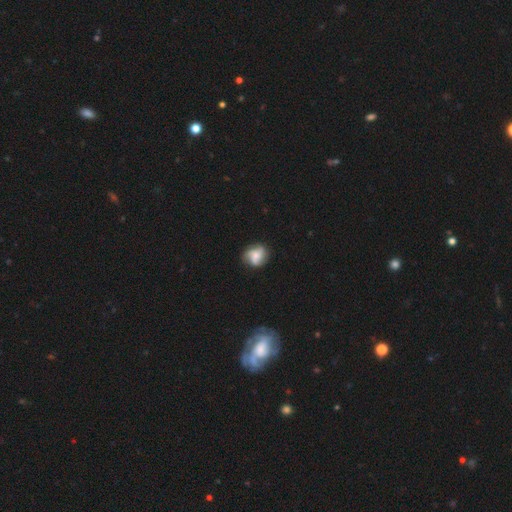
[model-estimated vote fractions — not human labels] smooth-or-featured: featured or disk: 47% | smooth: 44% | star or artifact: 9%
  merging: none: 72% | minor disturbance: 19% | major disturbance: 7% | merger: 2%